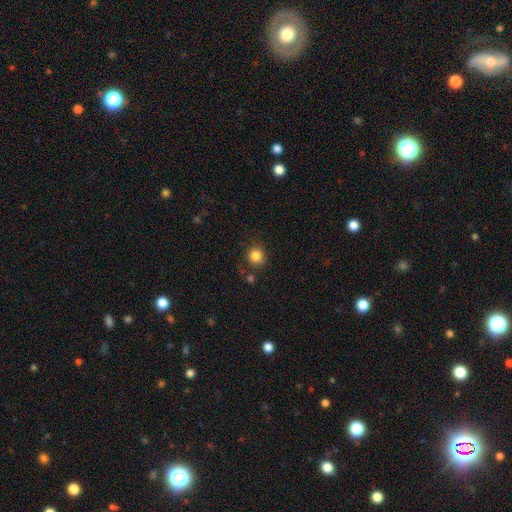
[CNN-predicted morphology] Smooth or featured?
  - smooth: 84% *
  - star or artifact: 11%
  - featured or disk: 5%
How rounded?
  - round: 88% *
  - in between: 11%
  - cigar-shaped: 1%
Merging?
  - none: 81% *
  - minor disturbance: 12%
  - merger: 4%
  - major disturbance: 3%